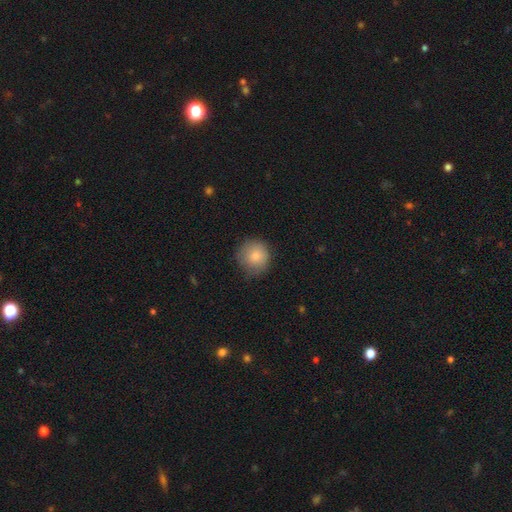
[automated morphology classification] type=smooth (83%); roundness=round (91%); merging=none (75%).